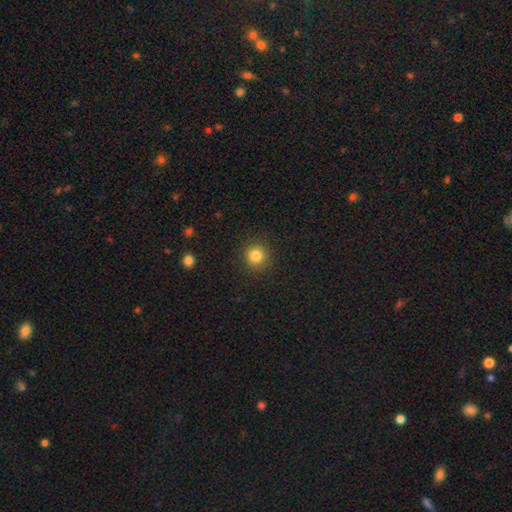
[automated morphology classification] Smooth or featured: smooth — 83% (star or artifact — 12%)
How rounded: round — 94% (in between — 5%)
Merging: none — 91% (minor disturbance — 6%)